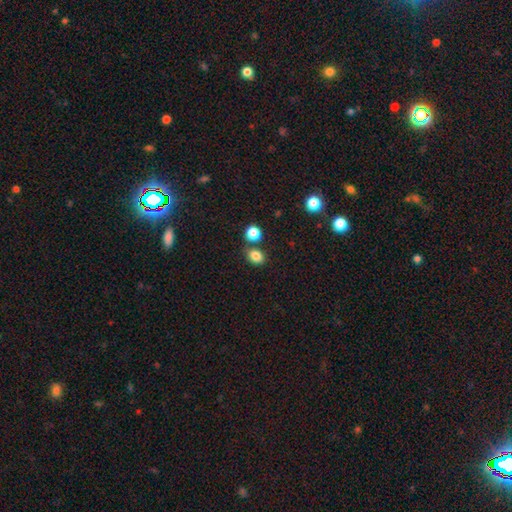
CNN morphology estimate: Smooth or featured?
  - smooth: 83% *
  - star or artifact: 12%
  - featured or disk: 6%
How rounded?
  - round: 53% *
  - in between: 46%
  - cigar-shaped: 1%
Merging?
  - none: 67% *
  - merger: 18%
  - minor disturbance: 11%
  - major disturbance: 3%